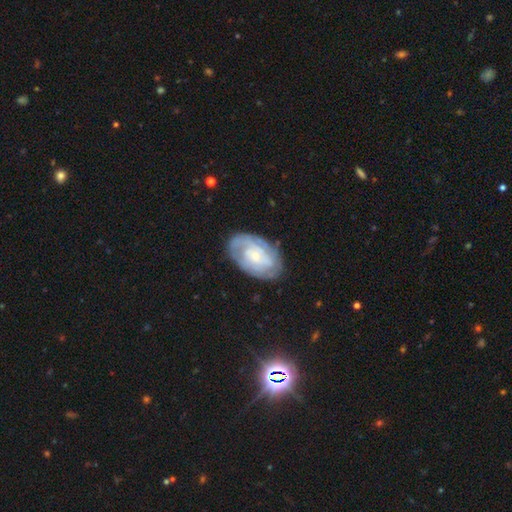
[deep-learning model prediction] featured or disk 71%, smooth 23%, star or artifact 6%. Down the decision tree: edge-on disk — no (96%); bar — no (72%); spiral arms — yes (84%); spiral arm count — can't tell (47%); spiral winding — tight (62%); bulge size — small (68%); merging — none (74%).